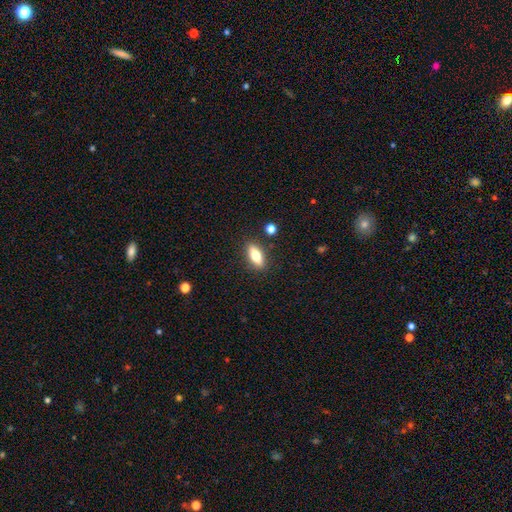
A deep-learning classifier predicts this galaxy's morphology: smooth-or-featured: smooth: 67% | featured or disk: 26% | star or artifact: 7%
  how-rounded: in between: 68% | cigar-shaped: 28% | round: 4%
  merging: none: 86% | minor disturbance: 9% | merger: 3% | major disturbance: 2%